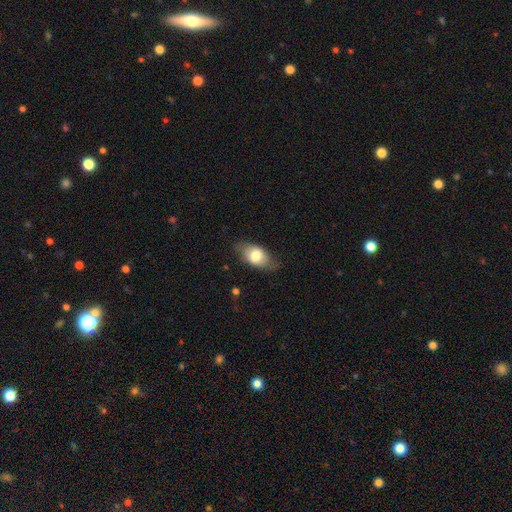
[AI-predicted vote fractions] The model was most divided on "smooth or featured": smooth: 66%, featured or disk: 27%, star or artifact: 7%. More confident: how rounded — in between (88%); merging — none (70%).